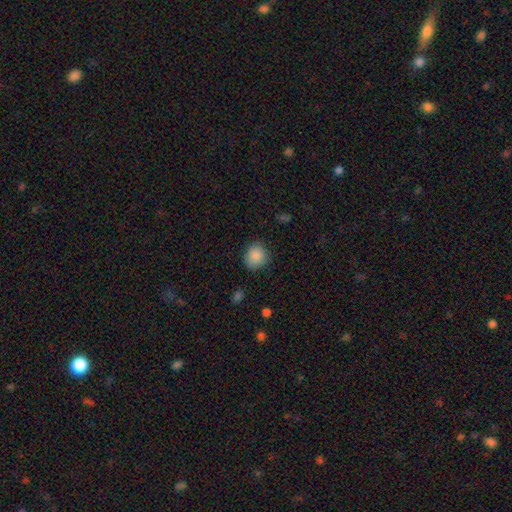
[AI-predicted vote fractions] This is clearly a smooth galaxy (88%). How rounded: likely round (77%). Merging: clearly none (83%).